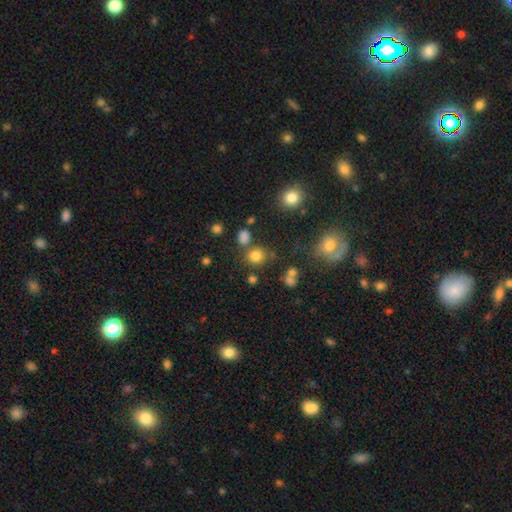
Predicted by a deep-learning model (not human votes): Smooth or featured: smooth — 77% (star or artifact — 17%)
How rounded: round — 84% (in between — 15%)
Merging: none — 71% (merger — 13%)